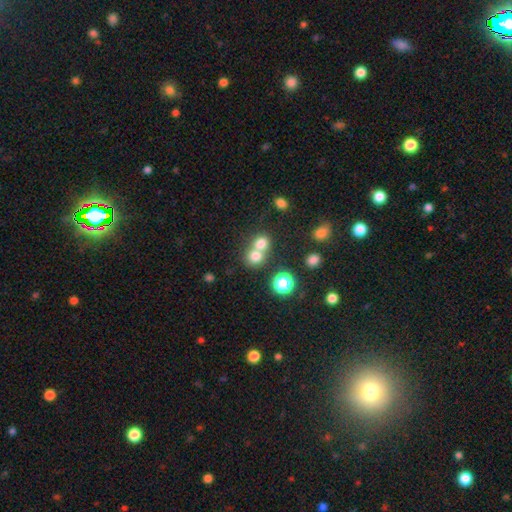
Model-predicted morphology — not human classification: Overall: smooth (73%). How rounded: round (81%). Merging: merger (55%; none 38%).